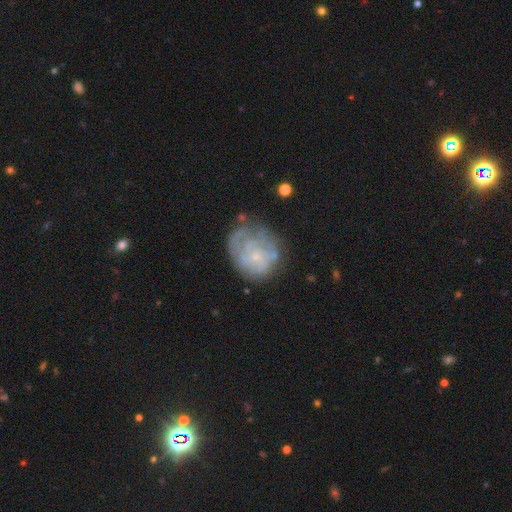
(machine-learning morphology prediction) smooth_or_featured: featured or disk (p=0.69) [alt: smooth p=0.23]
disk_edge_on: no (p=0.98) [alt: yes p=0.02]
bar: no (p=0.76) [alt: weak p=0.21]
has_spiral_arms: yes (p=0.68) [alt: no p=0.32]
bulge_size: small (p=0.70) [alt: none p=0.15]
merging: none (p=0.54) [alt: minor disturbance p=0.25]